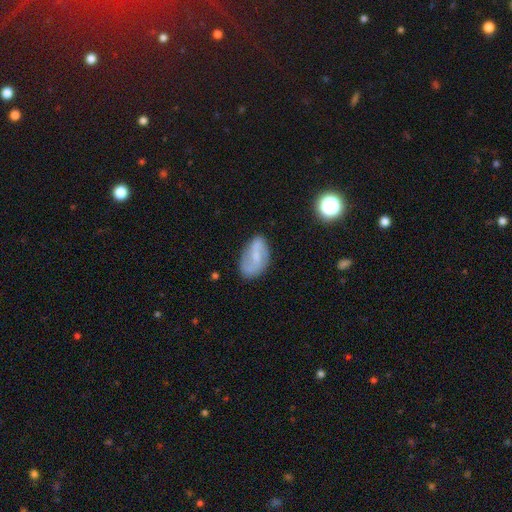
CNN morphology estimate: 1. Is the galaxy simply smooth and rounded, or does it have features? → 48% featured or disk, 43% smooth, 9% star or artifact.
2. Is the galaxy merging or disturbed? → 70% none, 21% minor disturbance, 7% major disturbance, 3% merger.